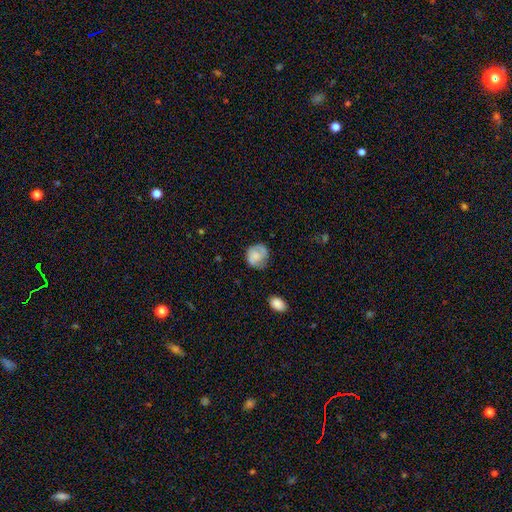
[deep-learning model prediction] Morphology: type=smooth (66%); roundness=round (76%); merging=none (61%).